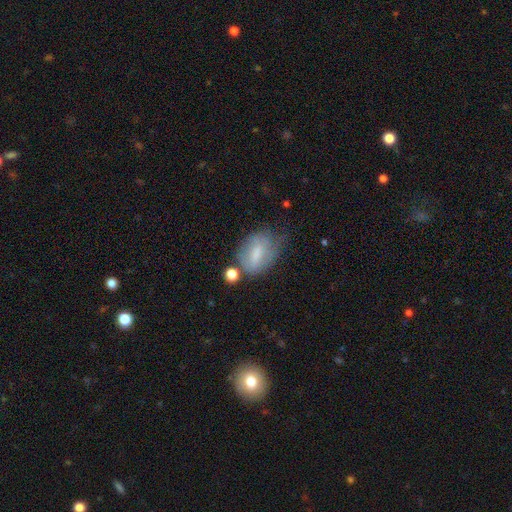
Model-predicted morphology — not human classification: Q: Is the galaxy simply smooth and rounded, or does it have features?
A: smooth — 64%.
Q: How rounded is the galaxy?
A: in between — 82%.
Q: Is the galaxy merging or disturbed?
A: none — 42%.